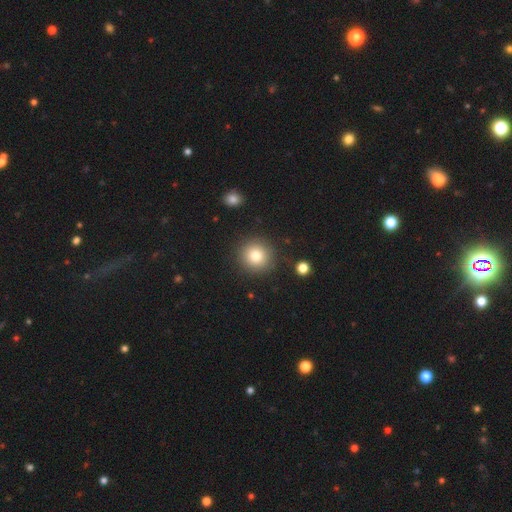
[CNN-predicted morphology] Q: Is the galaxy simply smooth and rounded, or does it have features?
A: smooth — 79%.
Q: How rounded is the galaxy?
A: round — 93%.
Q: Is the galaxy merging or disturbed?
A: none — 88%.